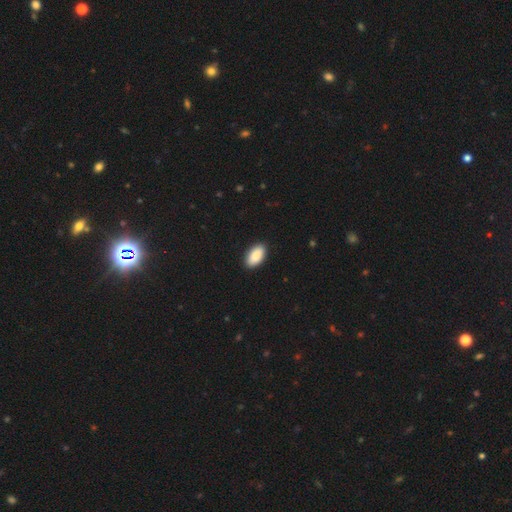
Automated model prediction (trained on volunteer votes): Smooth or featured? smooth (90%)
How rounded? in between (95%)
Merging? none (90%)